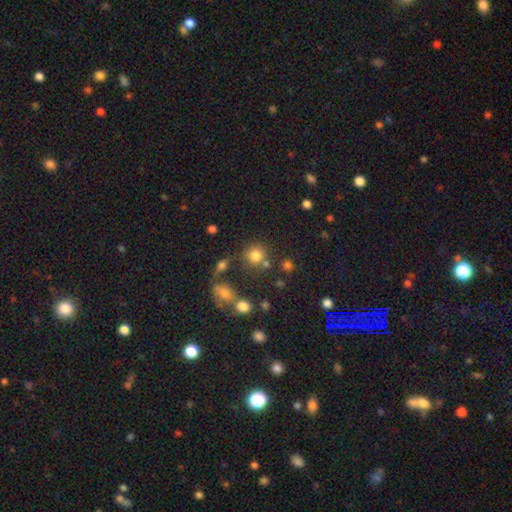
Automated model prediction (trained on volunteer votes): Smooth or featured?
  - smooth: 77% *
  - star or artifact: 15%
  - featured or disk: 8%
How rounded?
  - round: 86% *
  - in between: 13%
  - cigar-shaped: 1%
Merging?
  - none: 67% *
  - merger: 16%
  - minor disturbance: 12%
  - major disturbance: 6%